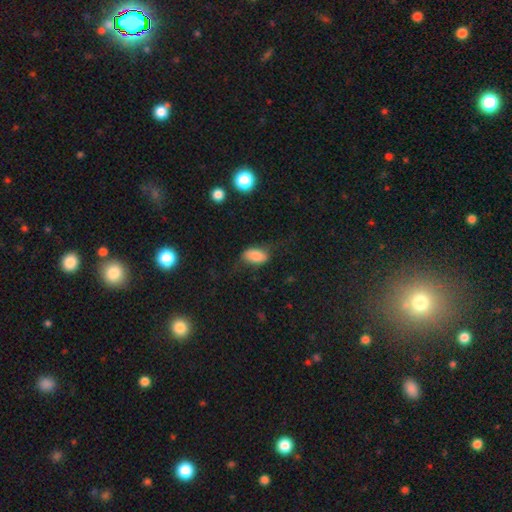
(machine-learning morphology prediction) Smooth or featured?
  - smooth: 73% *
  - featured or disk: 18%
  - star or artifact: 9%
How rounded?
  - in between: 91% *
  - round: 7%
  - cigar-shaped: 2%
Merging?
  - none: 56% *
  - minor disturbance: 25%
  - major disturbance: 17%
  - merger: 2%